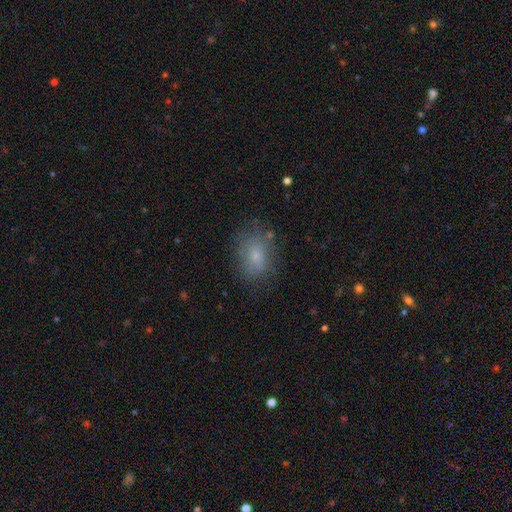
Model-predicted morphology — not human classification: Smooth or featured: smooth — 72% (featured or disk — 16%)
How rounded: in between — 68% (round — 30%)
Merging: none — 70% (minor disturbance — 20%)